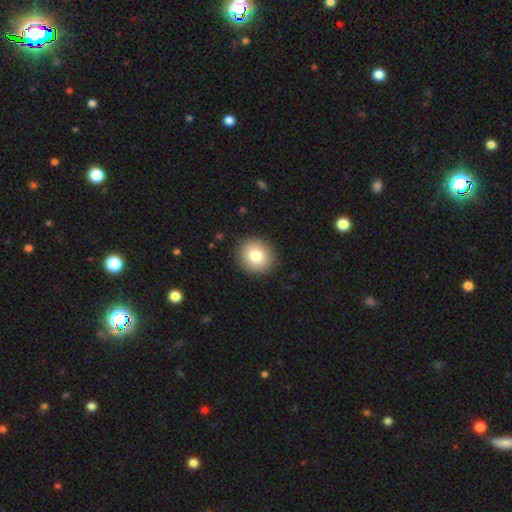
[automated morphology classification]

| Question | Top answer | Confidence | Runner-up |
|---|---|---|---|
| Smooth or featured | smooth | 80% | featured or disk (10%) |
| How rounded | round | 89% | in between (10%) |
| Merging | none | 91% | minor disturbance (6%) |